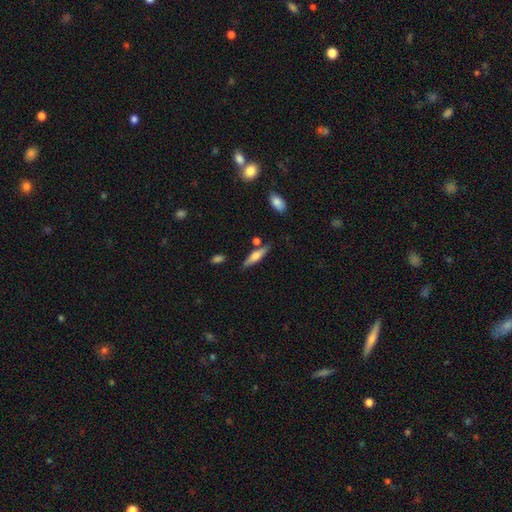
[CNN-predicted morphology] Smooth or featured? Predicted: smooth (p=0.55). How rounded? Predicted: cigar-shaped (p=0.72). Merging? Predicted: none (p=0.77).